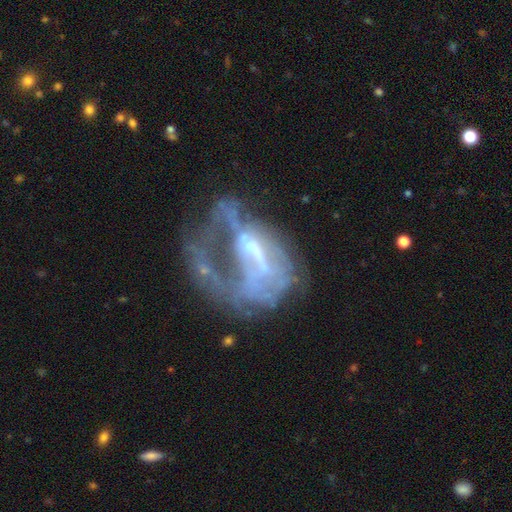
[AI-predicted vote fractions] Smooth or featured: featured or disk — 69% (smooth — 17%)
Edge-on disk: no — 96% (yes — 4%)
Bar: no — 52% (weak — 30%)
Spiral arms: no — 68% (yes — 32%)
Bulge size: none — 40% (small — 28%)
Merging: major disturbance — 51% (none — 23%)